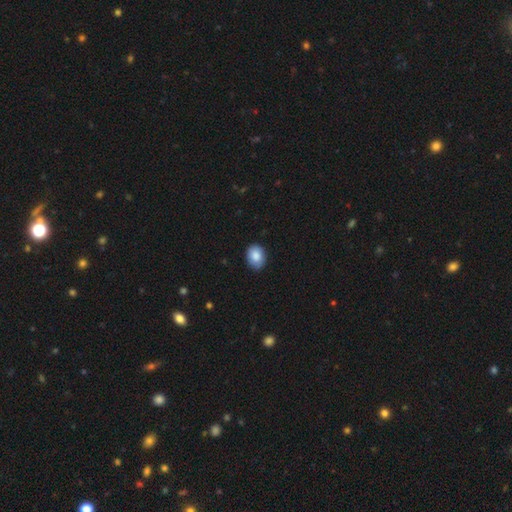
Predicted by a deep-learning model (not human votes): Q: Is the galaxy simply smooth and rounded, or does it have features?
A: smooth — 87%.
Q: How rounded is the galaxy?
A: in between — 63%.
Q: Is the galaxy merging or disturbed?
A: none — 84%.